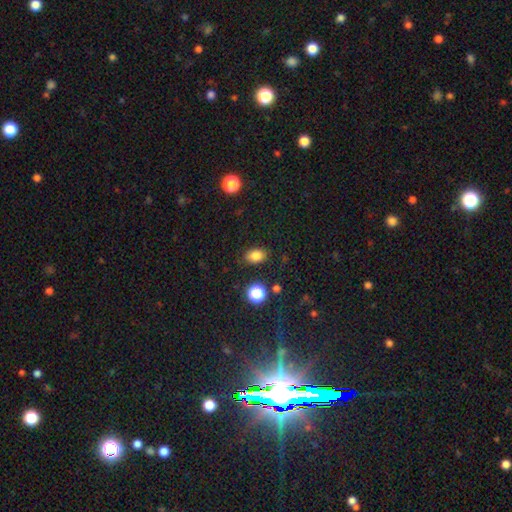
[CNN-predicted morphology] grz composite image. It shows a smooth galaxy with no disk features (81%) that is in between round and cigar-shaped (77%). Merging: none (83%).